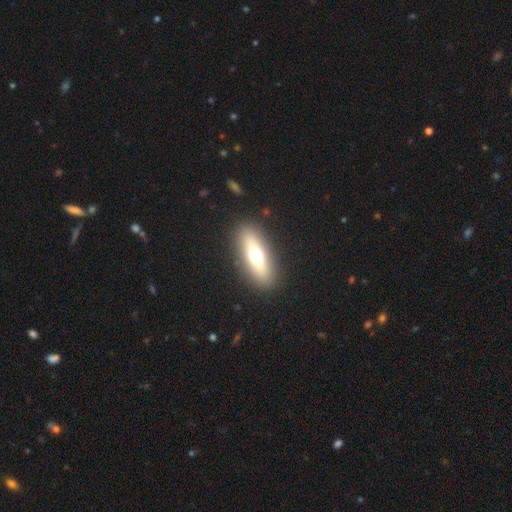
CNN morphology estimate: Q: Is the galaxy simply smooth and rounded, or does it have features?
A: smooth — 55%.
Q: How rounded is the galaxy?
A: in between — 58%.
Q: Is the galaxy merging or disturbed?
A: none — 88%.